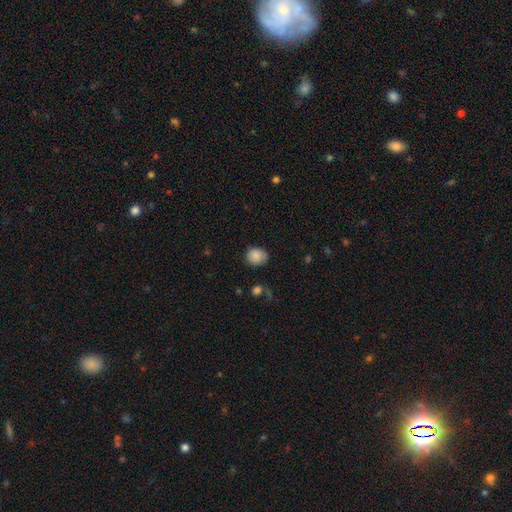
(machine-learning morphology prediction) smooth-or-featured: smooth: 86% | star or artifact: 8% | featured or disk: 6%
  how-rounded: round: 71% | in between: 28% | cigar-shaped: 1%
  merging: none: 78% | minor disturbance: 17% | major disturbance: 3% | merger: 1%